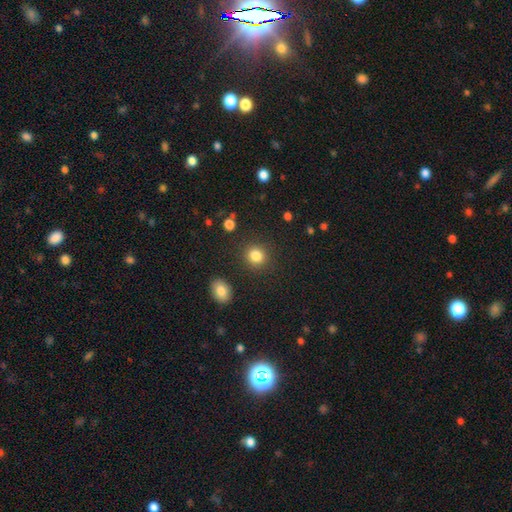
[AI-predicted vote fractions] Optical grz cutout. It shows a smooth galaxy with no disk features (85%) that is round (84%). Merging: none (88%).